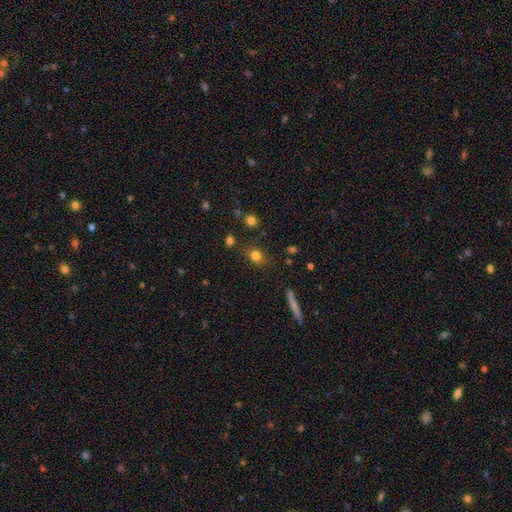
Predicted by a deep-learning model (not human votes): Overall: smooth (79%). How rounded: in between (54%; round 42%). Merging: none (79%).